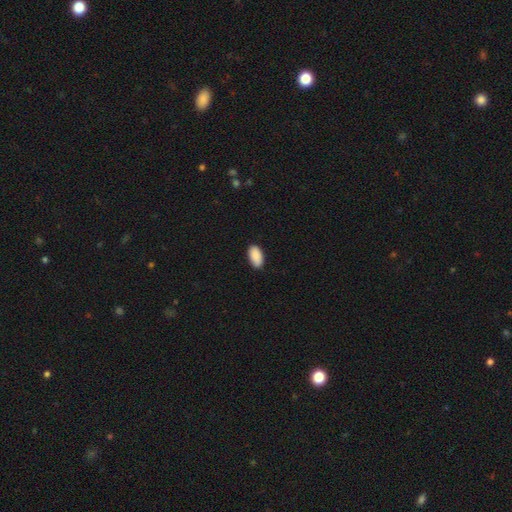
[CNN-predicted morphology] Q: Smooth or featured?
A: smooth (91%); runner-up: star or artifact (6%)
Q: How rounded?
A: in between (95%); runner-up: cigar-shaped (3%)
Q: Merging?
A: none (88%); runner-up: minor disturbance (10%)